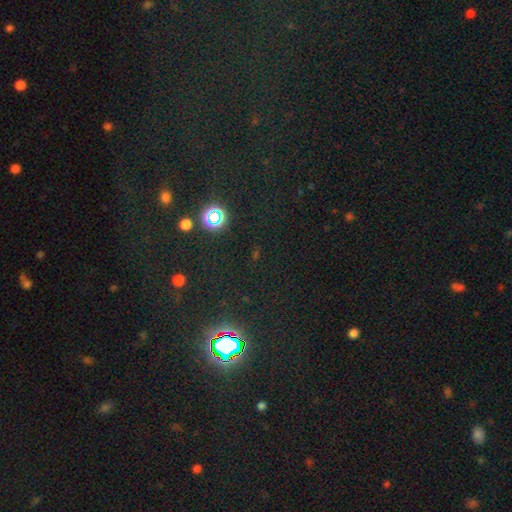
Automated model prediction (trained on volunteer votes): Smooth or featured? Predicted: star or artifact (p=0.68).